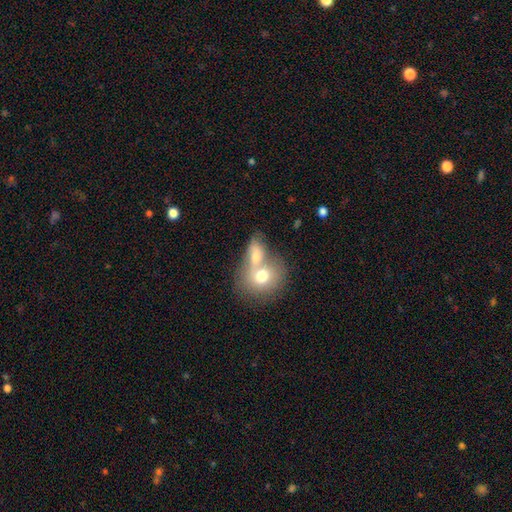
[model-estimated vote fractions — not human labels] Smooth or featured? Predicted: smooth (p=0.71). How rounded? Predicted: in between (p=0.55). Merging? Predicted: merger (p=0.65).